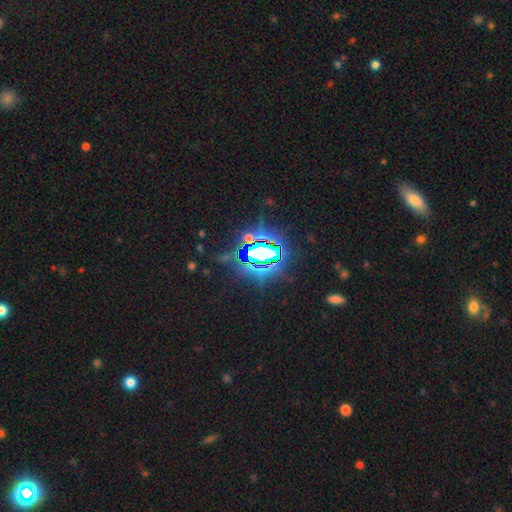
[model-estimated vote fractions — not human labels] Smooth or featured? Predicted: star or artifact (p=0.81).